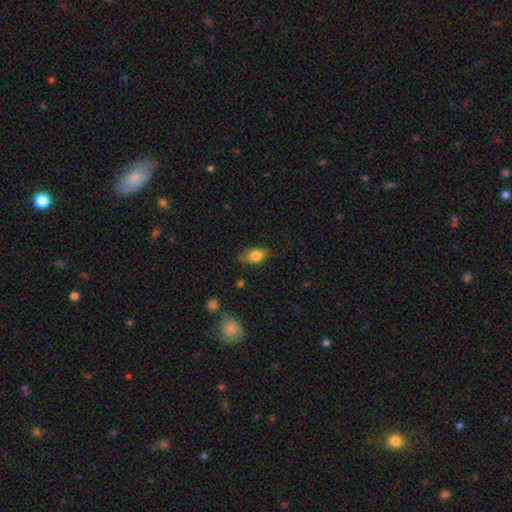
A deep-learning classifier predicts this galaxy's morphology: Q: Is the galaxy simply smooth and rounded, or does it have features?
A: smooth — 78%.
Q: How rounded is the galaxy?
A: in between — 85%.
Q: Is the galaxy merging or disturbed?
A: none — 75%.